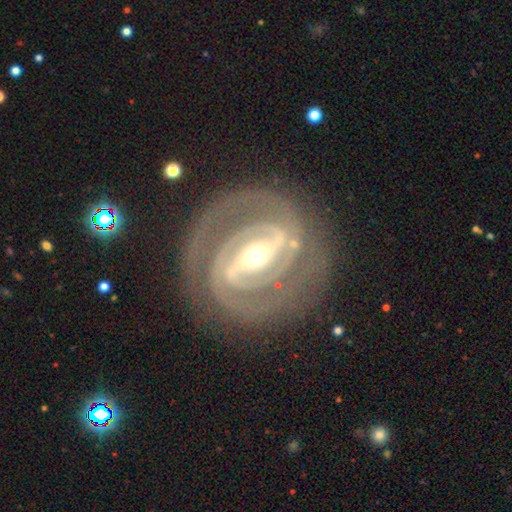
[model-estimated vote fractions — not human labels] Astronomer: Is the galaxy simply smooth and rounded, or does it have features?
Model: featured or disk — 91%.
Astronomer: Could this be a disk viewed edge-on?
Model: no — 96%.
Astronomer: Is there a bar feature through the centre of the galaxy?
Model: strong — 64%.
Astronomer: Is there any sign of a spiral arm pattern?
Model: yes — 97%.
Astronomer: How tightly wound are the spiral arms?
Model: tight — 73%.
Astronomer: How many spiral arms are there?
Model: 2 — 62%.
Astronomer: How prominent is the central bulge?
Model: small — 62%.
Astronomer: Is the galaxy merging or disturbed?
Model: none — 81%.